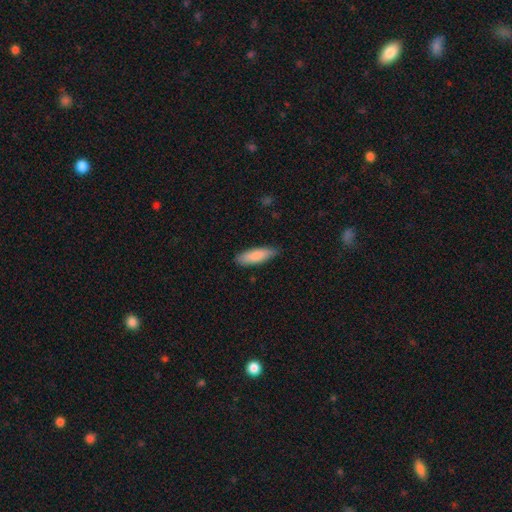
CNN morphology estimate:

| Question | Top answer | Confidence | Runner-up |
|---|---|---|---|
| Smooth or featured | smooth | 85% | featured or disk (9%) |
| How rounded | cigar-shaped | 50% | in between (49%) |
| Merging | none | 83% | minor disturbance (14%) |